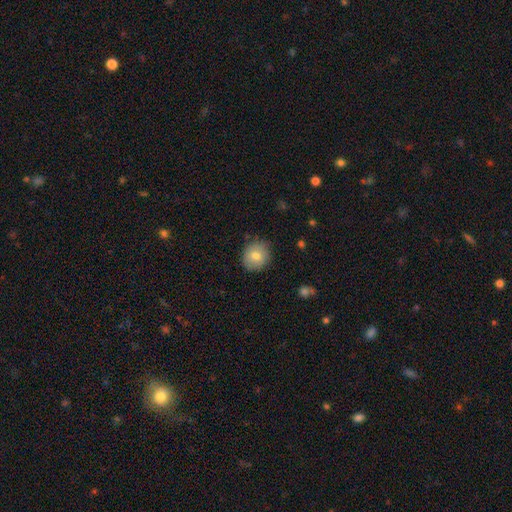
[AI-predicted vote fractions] smooth_or_featured: smooth (p=0.78) [alt: featured or disk p=0.14]
how_rounded: round (p=0.74) [alt: in between p=0.25]
merging: none (p=0.81) [alt: minor disturbance p=0.15]